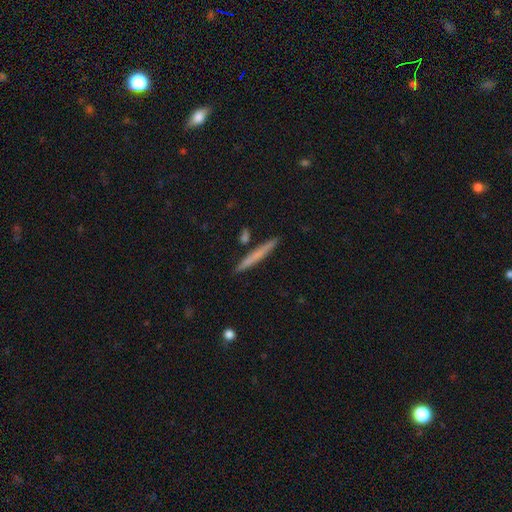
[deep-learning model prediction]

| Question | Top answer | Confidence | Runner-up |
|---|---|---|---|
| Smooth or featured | smooth | 61% | featured or disk (33%) |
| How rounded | cigar-shaped | 96% | in between (2%) |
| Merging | none | 88% | minor disturbance (7%) |